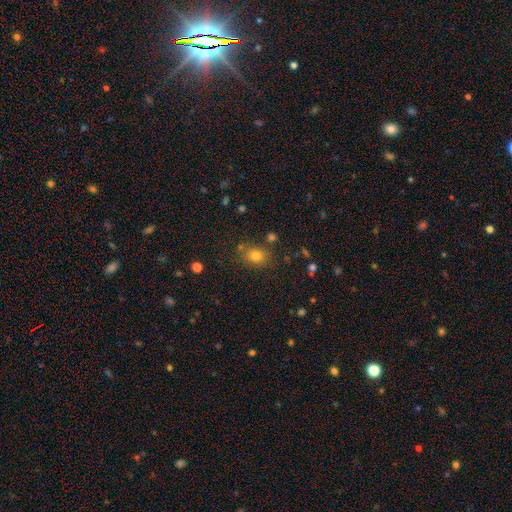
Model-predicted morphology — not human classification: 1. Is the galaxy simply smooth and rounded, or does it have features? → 76% smooth, 16% star or artifact, 8% featured or disk.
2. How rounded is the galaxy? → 56% round, 43% in between, 1% cigar-shaped.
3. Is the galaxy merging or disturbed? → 79% none, 11% minor disturbance, 6% merger, 4% major disturbance.